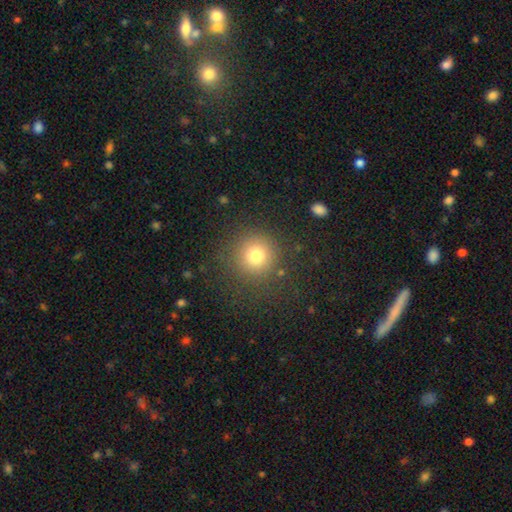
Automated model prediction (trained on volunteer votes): The model was most divided on "smooth or featured": smooth: 78%, star or artifact: 14%, featured or disk: 8%. More confident: how rounded — round (94%); merging — none (85%).